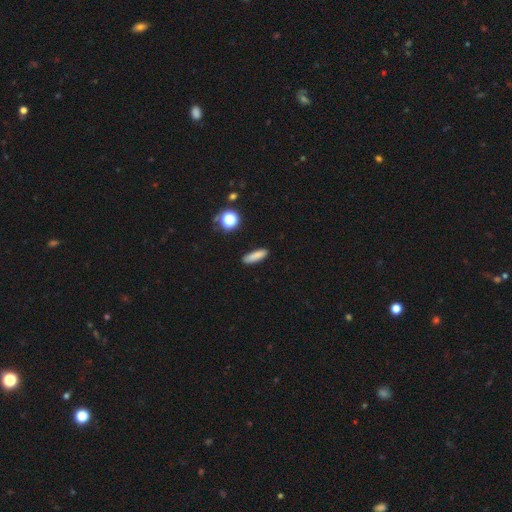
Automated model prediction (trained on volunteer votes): smooth 82%, star or artifact 10%, featured or disk 7%. Down the decision tree: how rounded — cigar-shaped (63%); merging — none (85%).